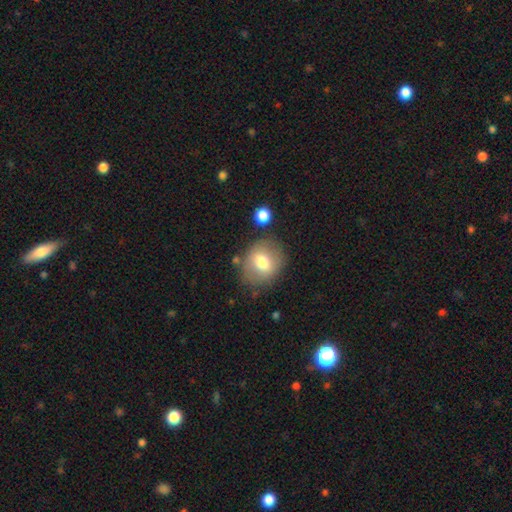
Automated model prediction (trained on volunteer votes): A smooth galaxy with no disk features (67%) that is round (70%). Merging: none (81%).